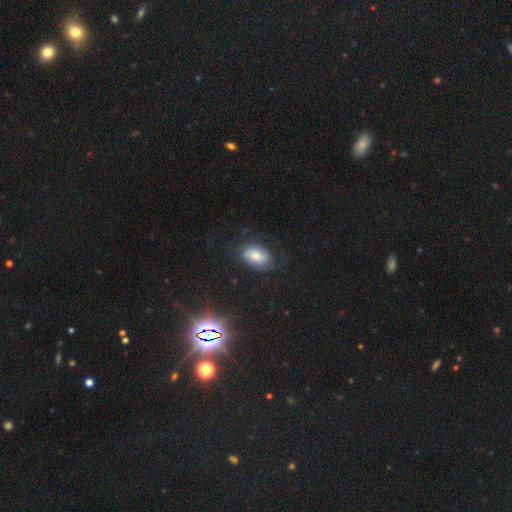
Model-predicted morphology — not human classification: This is possibly a smooth galaxy (48%). Merging: likely none (63%).